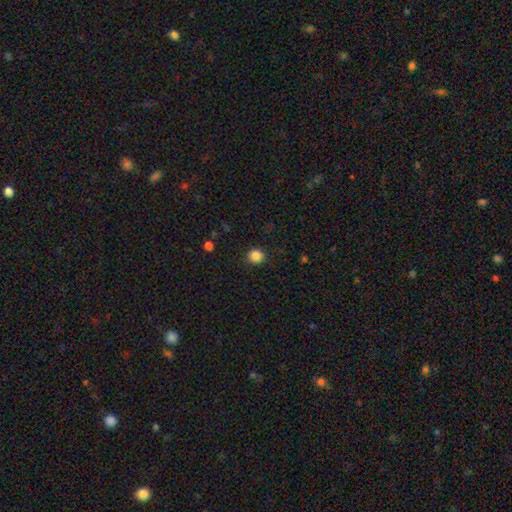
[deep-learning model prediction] A smooth galaxy with no disk features (86%) that is round (88%).

Vote fractions:
- Smooth or featured? smooth: 86% / star or artifact: 11% / featured or disk: 3%
- How rounded? round: 88% / in between: 11% / cigar-shaped: 1%
- Merging? none: 90% / minor disturbance: 7% / major disturbance: 2% / merger: 1%